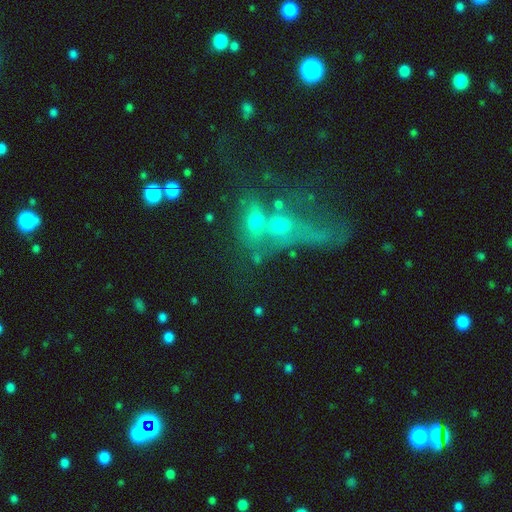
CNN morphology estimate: smooth 45%, featured or disk 32%, star or artifact 23%. Down the decision tree: merging — merger (58%).